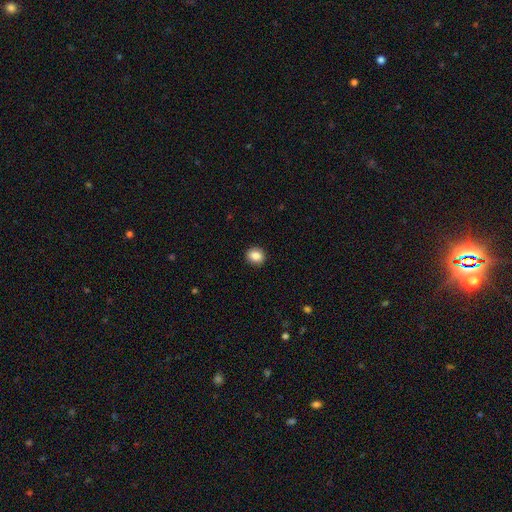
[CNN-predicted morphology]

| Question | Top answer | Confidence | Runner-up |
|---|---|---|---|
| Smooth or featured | smooth | 86% | star or artifact (9%) |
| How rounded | round | 75% | in between (24%) |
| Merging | none | 91% | minor disturbance (6%) |